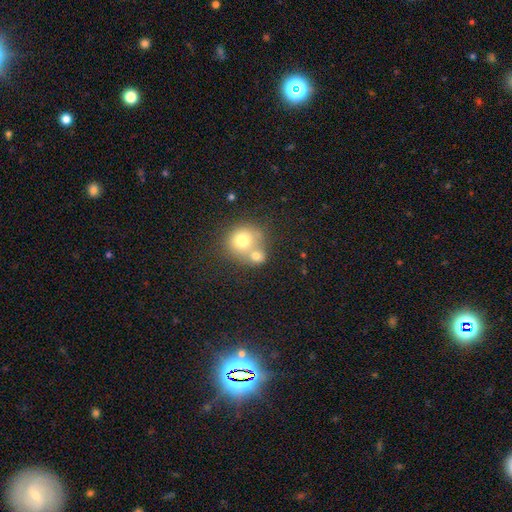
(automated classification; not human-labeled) The model was most divided on "merging": merger: 55%, none: 33%, minor disturbance: 8%, major disturbance: 4%. More confident: how rounded — round (77%); smooth or featured — smooth (72%).